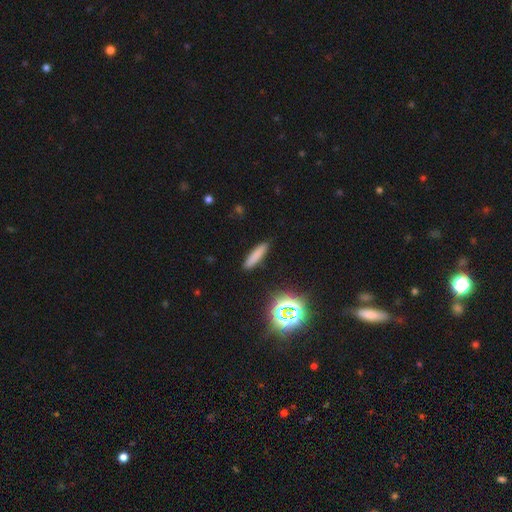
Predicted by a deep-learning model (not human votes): Smooth or featured?
  - smooth: 76% *
  - star or artifact: 13%
  - featured or disk: 10%
How rounded?
  - cigar-shaped: 81% *
  - in between: 17%
  - round: 2%
Merging?
  - none: 88% *
  - minor disturbance: 8%
  - major disturbance: 2%
  - merger: 2%